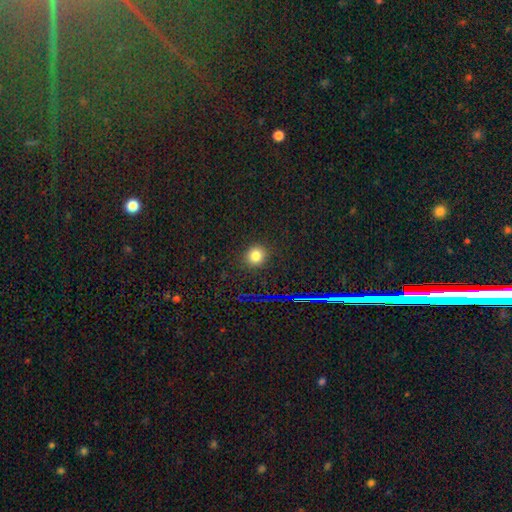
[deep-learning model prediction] A smooth galaxy with no disk features (77%) that is round (86%).

Vote fractions:
- Smooth or featured? smooth: 77% / star or artifact: 17% / featured or disk: 6%
- How rounded? round: 86% / in between: 13% / cigar-shaped: 1%
- Merging? none: 89% / minor disturbance: 7% / major disturbance: 2% / merger: 1%